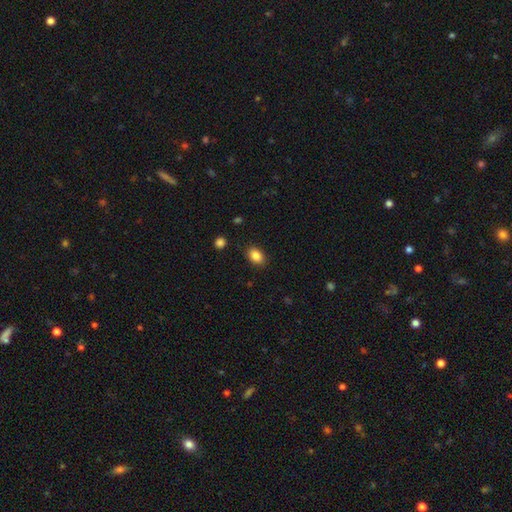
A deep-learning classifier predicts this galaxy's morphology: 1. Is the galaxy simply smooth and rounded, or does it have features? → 86% smooth, 9% star or artifact, 5% featured or disk.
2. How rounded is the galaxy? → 79% in between, 20% round, 1% cigar-shaped.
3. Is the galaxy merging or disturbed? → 87% none, 9% minor disturbance, 3% major disturbance, 1% merger.